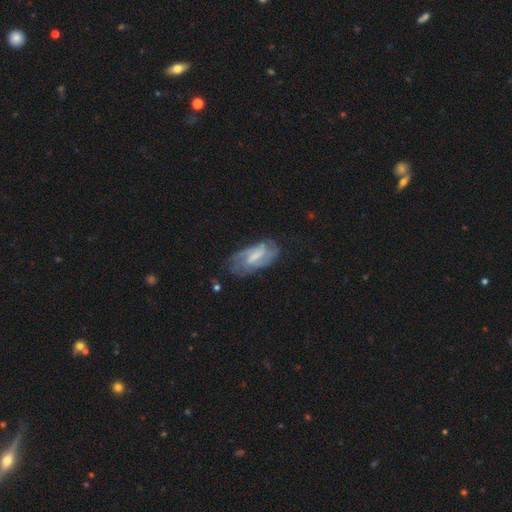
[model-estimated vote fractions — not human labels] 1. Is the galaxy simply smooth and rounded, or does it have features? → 66% featured or disk, 27% smooth, 7% star or artifact.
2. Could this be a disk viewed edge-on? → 93% no, 7% yes.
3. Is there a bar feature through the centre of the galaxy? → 49% weak, 31% strong, 19% no.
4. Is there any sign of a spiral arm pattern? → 84% yes, 16% no.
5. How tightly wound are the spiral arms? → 41% medium, 38% tight, 21% loose.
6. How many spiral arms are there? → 49% 2, 32% can't tell, 9% 3, 5% 1, 3% 4, 2% more than 4.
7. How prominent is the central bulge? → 35% small, 30% moderate, 29% none, 6% large, 1% dominant.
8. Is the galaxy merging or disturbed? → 59% none, 26% minor disturbance, 13% major disturbance, 2% merger.